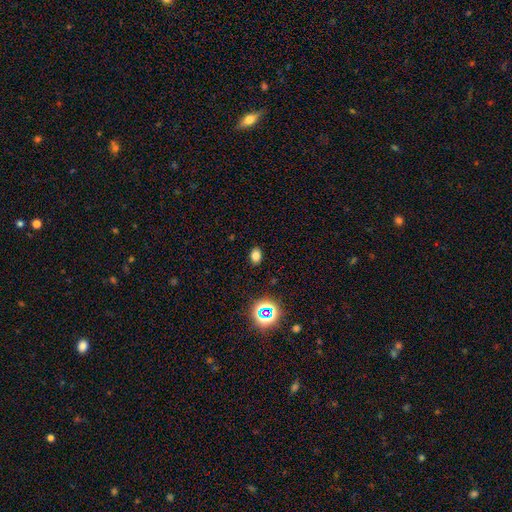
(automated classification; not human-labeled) smooth-or-featured: smooth: 76% | star or artifact: 18% | featured or disk: 7%
  how-rounded: in between: 72% | round: 27% | cigar-shaped: 1%
  merging: none: 88% | minor disturbance: 9% | major disturbance: 3% | merger: 1%